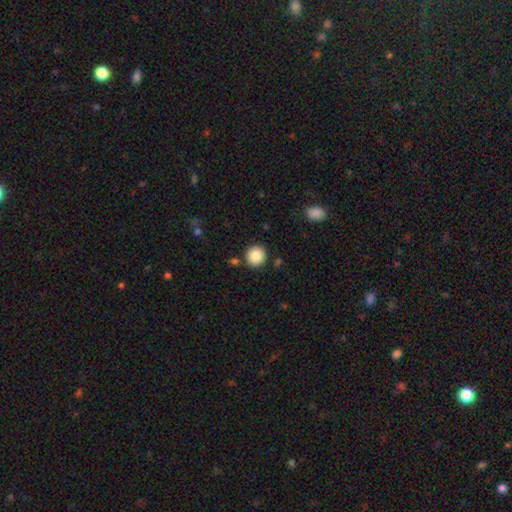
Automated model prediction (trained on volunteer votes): Overall: smooth (87%). How rounded: round (94%). Merging: none (89%).